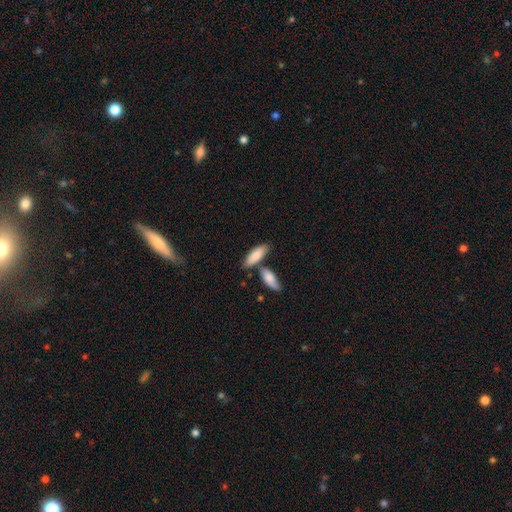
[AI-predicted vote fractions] The model was most divided on "merging": none: 58%, merger: 25%, minor disturbance: 14%, major disturbance: 4%. More confident: smooth or featured — smooth (82%); how rounded — in between (69%).